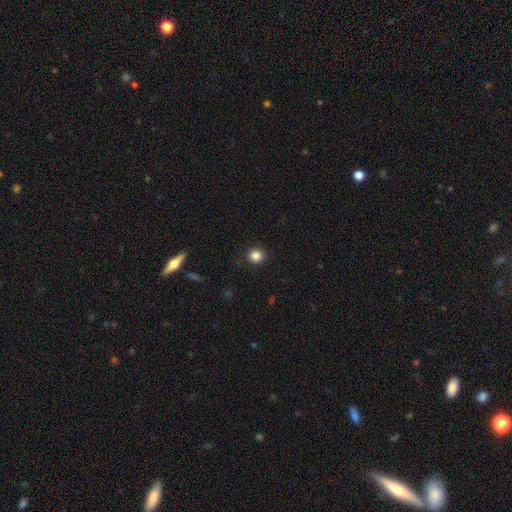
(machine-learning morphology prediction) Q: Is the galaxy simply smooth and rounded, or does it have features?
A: smooth — 85%.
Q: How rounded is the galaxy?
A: round — 89%.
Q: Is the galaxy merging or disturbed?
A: none — 89%.